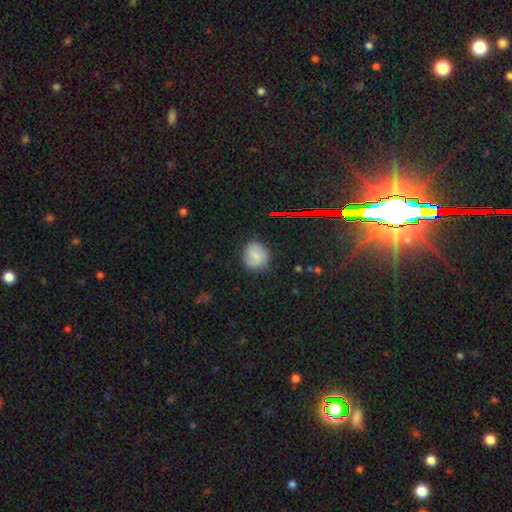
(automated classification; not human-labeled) Smooth or featured?
  - smooth: 77% *
  - featured or disk: 12%
  - star or artifact: 11%
How rounded?
  - round: 76% *
  - in between: 23%
  - cigar-shaped: 1%
Merging?
  - none: 81% *
  - minor disturbance: 14%
  - major disturbance: 4%
  - merger: 1%